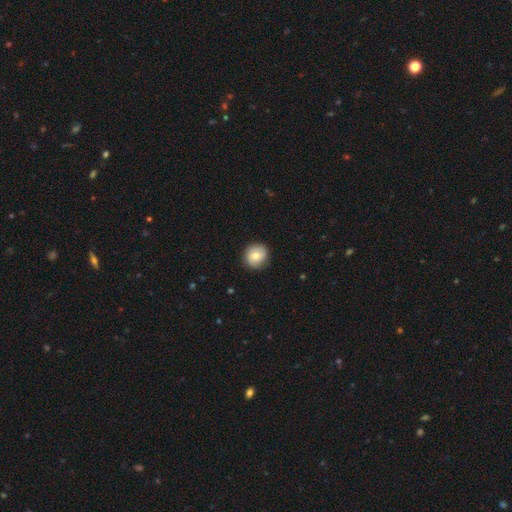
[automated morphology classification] smooth 73%, featured or disk 20%, star or artifact 8%. Down the decision tree: how rounded — round (88%); merging — none (86%).